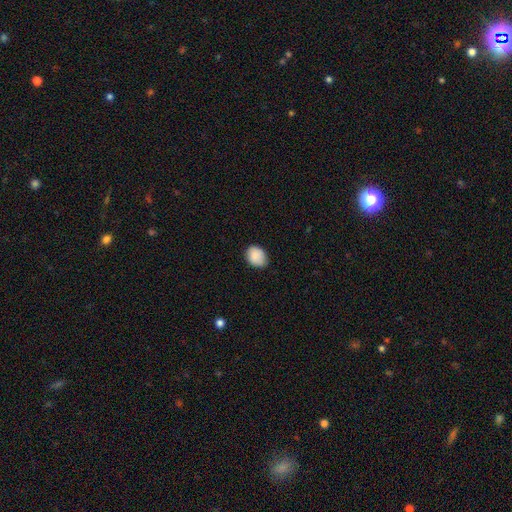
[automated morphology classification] A smooth galaxy with no disk features (88%) that is in between round and cigar-shaped (58%).

Vote fractions:
- Smooth or featured? smooth: 88% / star or artifact: 7% / featured or disk: 4%
- How rounded? in between: 58% / round: 41% / cigar-shaped: 1%
- Merging? none: 77% / minor disturbance: 19% / major disturbance: 3% / merger: 1%